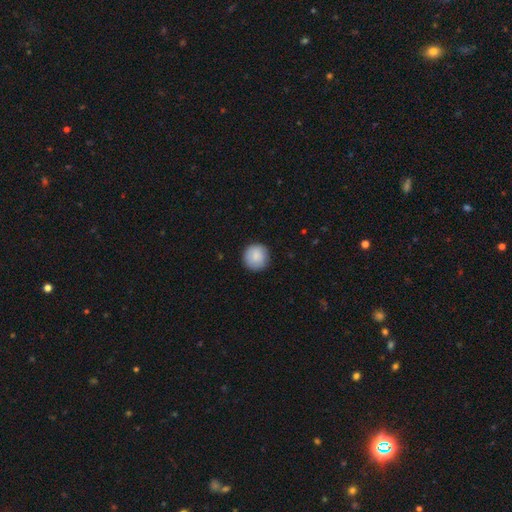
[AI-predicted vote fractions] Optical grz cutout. It shows a smooth galaxy with no disk features (87%) that is round (95%). Merging: none (90%).